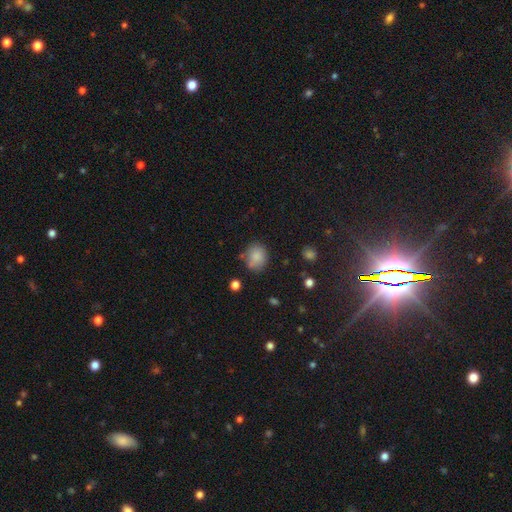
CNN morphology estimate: Smooth or featured?
  - smooth: 85% *
  - star or artifact: 9%
  - featured or disk: 6%
How rounded?
  - round: 58% *
  - in between: 41%
  - cigar-shaped: 1%
Merging?
  - none: 72% *
  - minor disturbance: 17%
  - merger: 6%
  - major disturbance: 5%